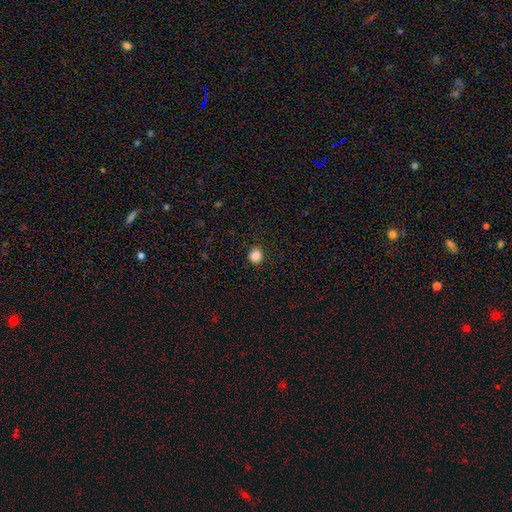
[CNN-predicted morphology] The model was most divided on "smooth or featured": smooth: 85%, star or artifact: 11%, featured or disk: 4%. More confident: merging — none (91%); how rounded — round (88%).